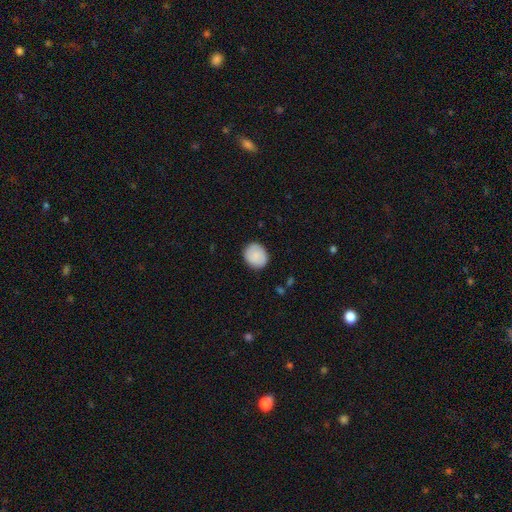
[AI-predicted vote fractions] Smooth or featured? smooth (85%)
How rounded? round (72%)
Merging? none (87%)